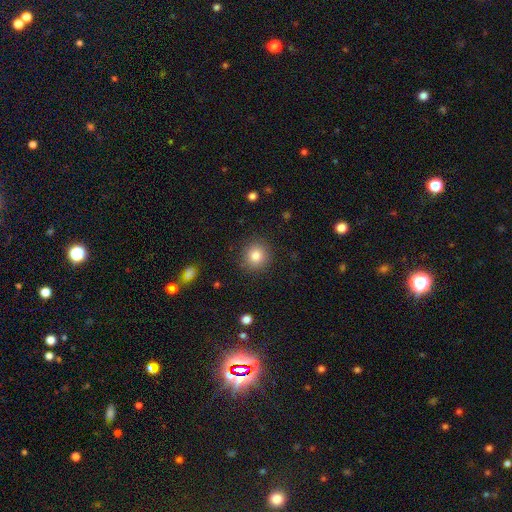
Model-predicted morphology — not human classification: Smooth or featured?
  - smooth: 83% *
  - star or artifact: 11%
  - featured or disk: 7%
How rounded?
  - round: 92% *
  - in between: 7%
  - cigar-shaped: 1%
Merging?
  - none: 89% *
  - minor disturbance: 7%
  - major disturbance: 2%
  - merger: 1%